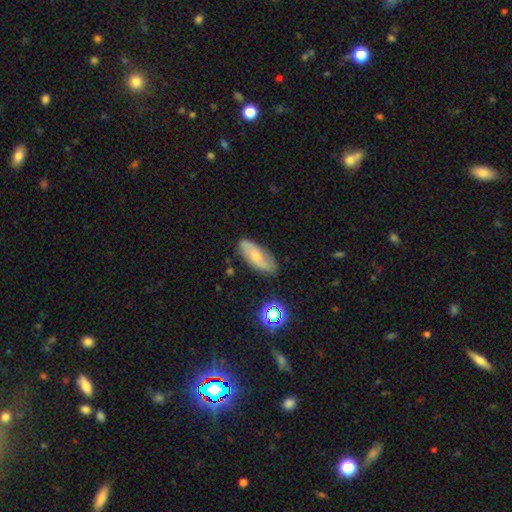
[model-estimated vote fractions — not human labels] This is possibly a smooth galaxy (50%). Merging: likely none (79%).